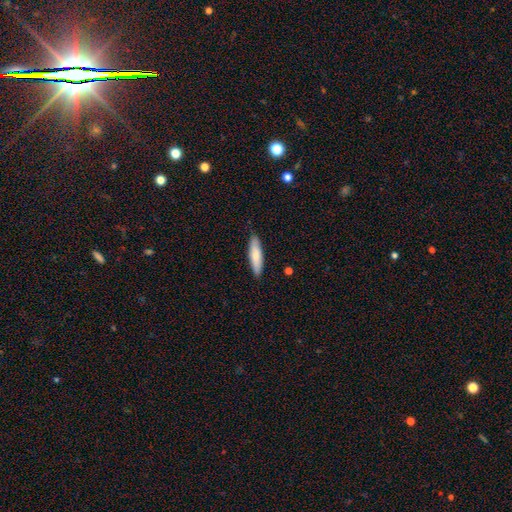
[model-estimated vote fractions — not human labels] smooth 75%, featured or disk 20%, star or artifact 5%. Down the decision tree: how rounded — cigar-shaped (68%); merging — none (88%).